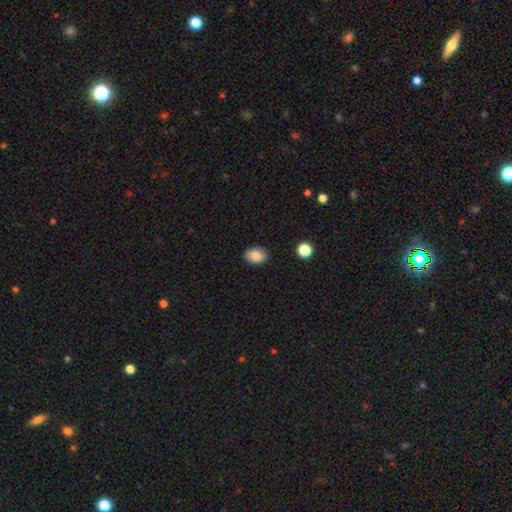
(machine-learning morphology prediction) smooth 85%, star or artifact 8%, featured or disk 6%. Down the decision tree: how rounded — in between (79%); merging — none (87%).